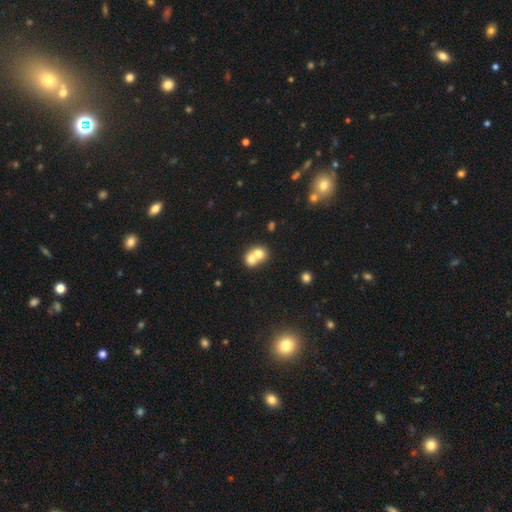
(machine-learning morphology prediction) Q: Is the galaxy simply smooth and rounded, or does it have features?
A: smooth — 70%.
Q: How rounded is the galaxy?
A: round — 69%.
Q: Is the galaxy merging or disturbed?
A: merger — 71%.